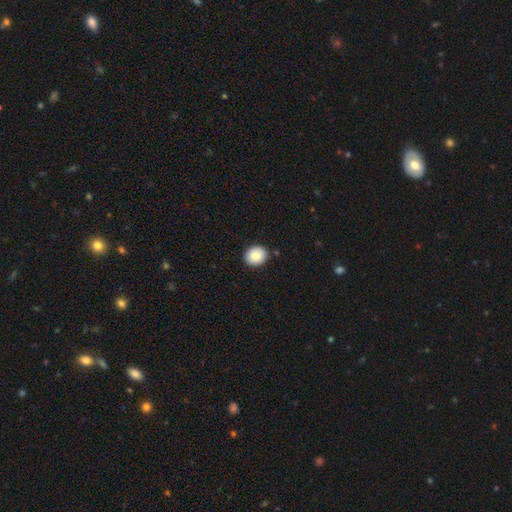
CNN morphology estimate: This appears to be a smooth galaxy with no disk features (81%) that is round (78%). Merging: none (90%).